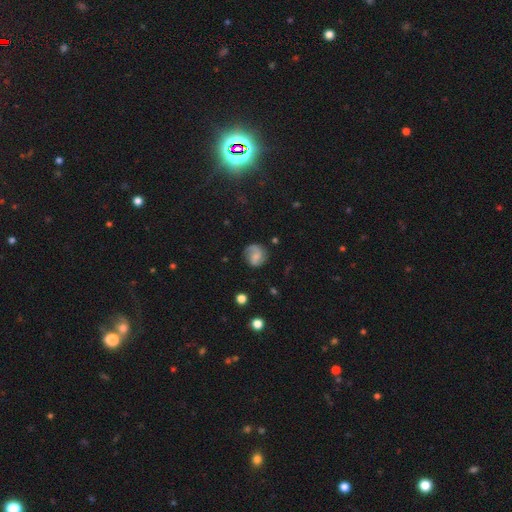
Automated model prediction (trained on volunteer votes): Smooth or featured? featured or disk (53%)
Edge-on disk? no (97%)
Bar? no (49%)
Spiral arms? yes (90%)
Bulge size? small (39%)
Merging? none (72%)